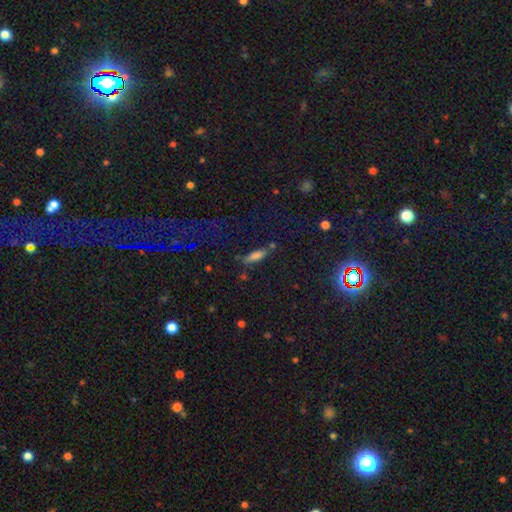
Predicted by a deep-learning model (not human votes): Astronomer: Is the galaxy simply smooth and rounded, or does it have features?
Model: smooth — 70%.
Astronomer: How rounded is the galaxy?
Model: cigar-shaped — 61%.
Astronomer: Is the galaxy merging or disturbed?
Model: none — 72%.